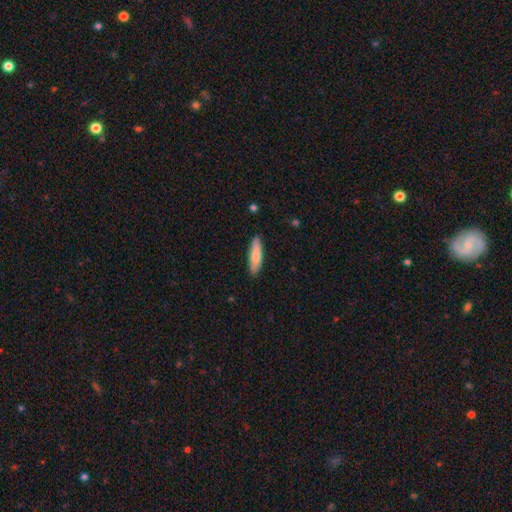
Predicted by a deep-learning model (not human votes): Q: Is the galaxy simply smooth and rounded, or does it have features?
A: smooth — 75%.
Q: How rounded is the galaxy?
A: cigar-shaped — 66%.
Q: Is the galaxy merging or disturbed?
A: none — 88%.